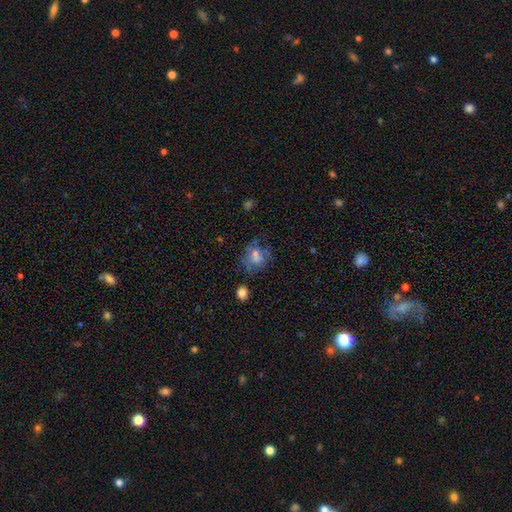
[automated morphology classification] This is likely a smooth galaxy (62%). How rounded: likely round (60%). Merging: possibly none (47%).